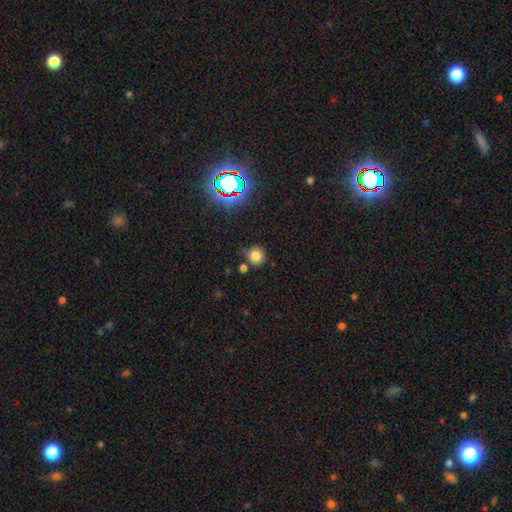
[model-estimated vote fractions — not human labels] The model was most divided on "smooth or featured": smooth: 78%, star or artifact: 16%, featured or disk: 6%. More confident: how rounded — round (91%); merging — none (77%).